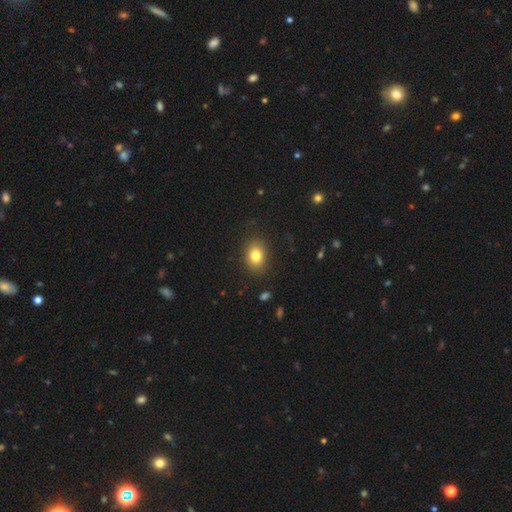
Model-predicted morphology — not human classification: This is clearly a smooth galaxy (81%). How rounded: likely in between (60%). Merging: clearly none (85%).